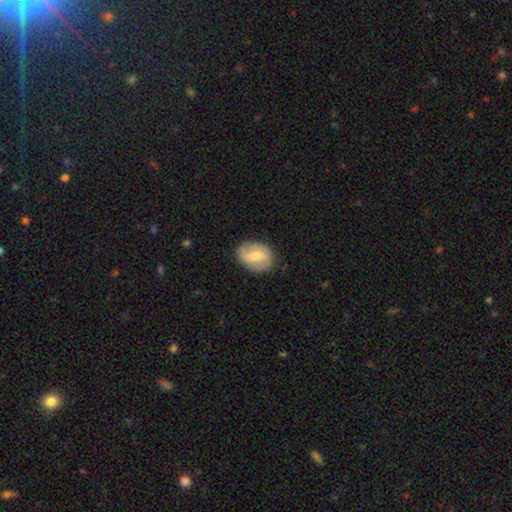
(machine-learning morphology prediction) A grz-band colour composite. It shows a featured or disk galaxy (59%) with a weak bar (54%), spiral arms (83%) and a moderate central bulge (47%). Merging: none (79%).